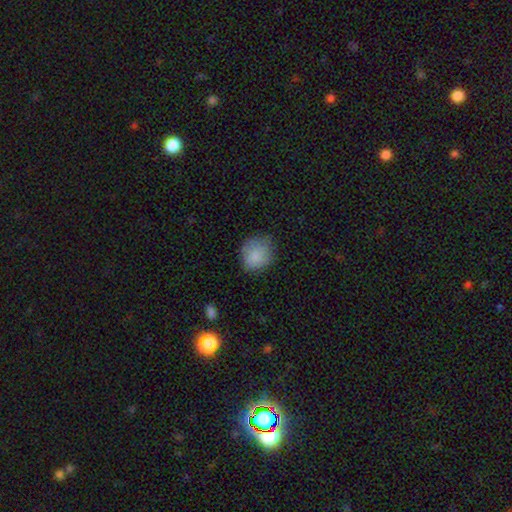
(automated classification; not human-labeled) A smooth galaxy with no disk features (84%) that is round (73%).

Vote fractions:
- Smooth or featured? smooth: 84% / star or artifact: 8% / featured or disk: 8%
- How rounded? round: 73% / in between: 26% / cigar-shaped: 1%
- Merging? none: 63% / minor disturbance: 29% / major disturbance: 7% / merger: 1%